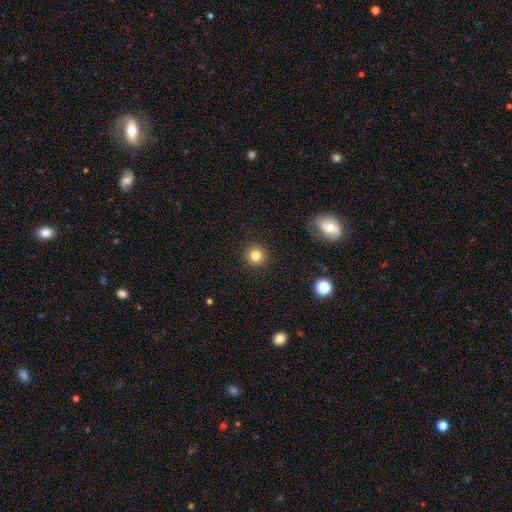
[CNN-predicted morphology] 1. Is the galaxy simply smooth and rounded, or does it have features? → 82% smooth, 12% star or artifact, 7% featured or disk.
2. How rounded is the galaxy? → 94% round, 5% in between, 1% cigar-shaped.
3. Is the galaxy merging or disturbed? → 92% none, 5% minor disturbance, 2% major disturbance, 1% merger.